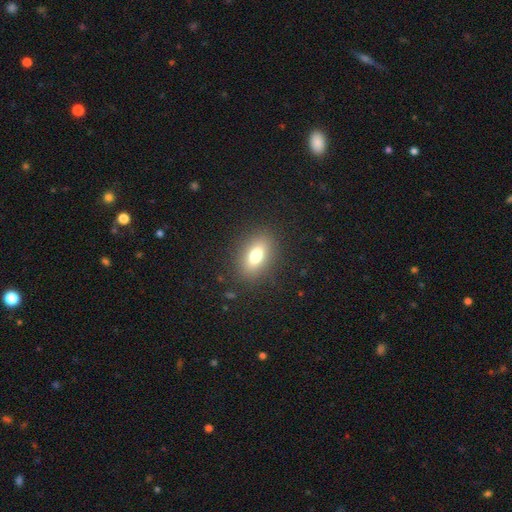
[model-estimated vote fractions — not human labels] Q: Smooth or featured?
A: smooth (74%); runner-up: featured or disk (15%)
Q: How rounded?
A: in between (81%); runner-up: round (12%)
Q: Merging?
A: none (86%); runner-up: minor disturbance (9%)